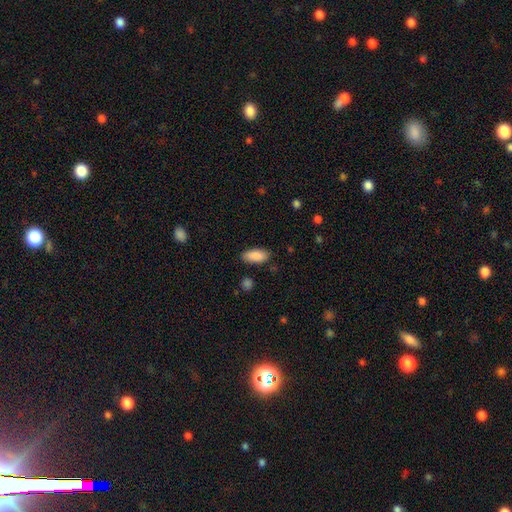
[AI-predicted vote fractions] The model was most divided on "merging": none: 83%, minor disturbance: 12%, major disturbance: 3%, merger: 2%. More confident: smooth or featured — smooth (89%); how rounded — in between (88%).